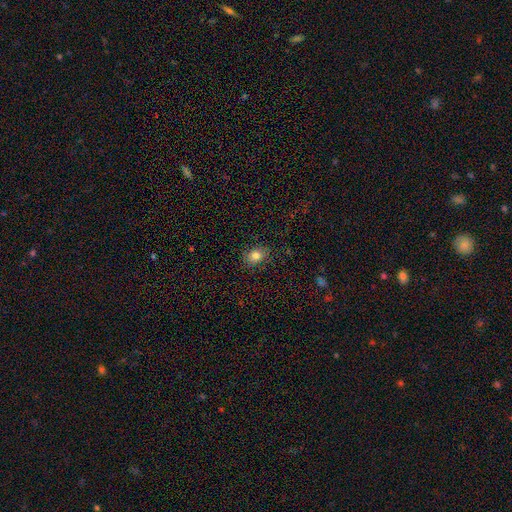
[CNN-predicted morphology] A smooth galaxy with no disk features (81%) that is in between round and cigar-shaped (50%).

Vote fractions:
- Smooth or featured? smooth: 81% / star or artifact: 11% / featured or disk: 7%
- How rounded? in between: 50% / round: 49% / cigar-shaped: 1%
- Merging? none: 85% / minor disturbance: 12% / major disturbance: 3% / merger: 1%